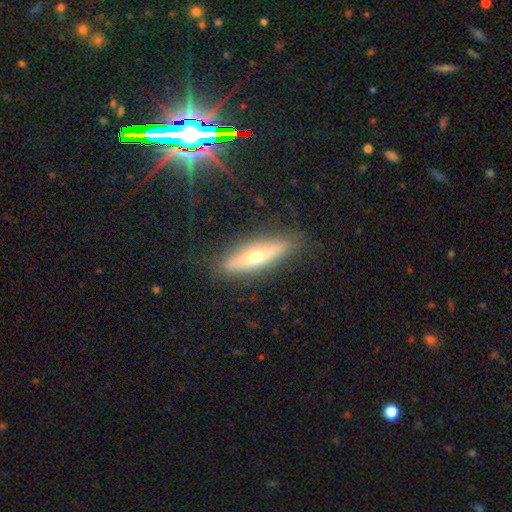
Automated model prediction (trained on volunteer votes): This is possibly a featured or disk galaxy (48%). Merging: clearly none (86%).